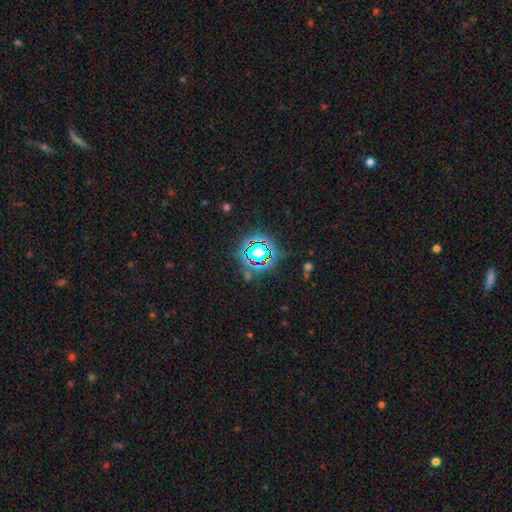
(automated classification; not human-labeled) star or artifact 67%, smooth 20%, featured or disk 13%.